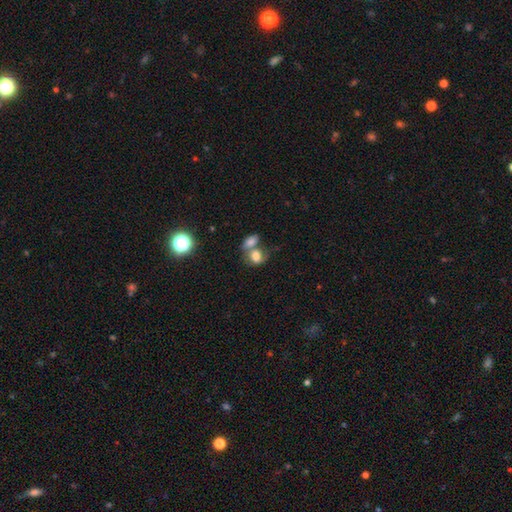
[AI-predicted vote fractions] Smooth or featured? Predicted: smooth (p=0.74). How rounded? Predicted: in between (p=0.67). Merging? Predicted: merger (p=0.59).